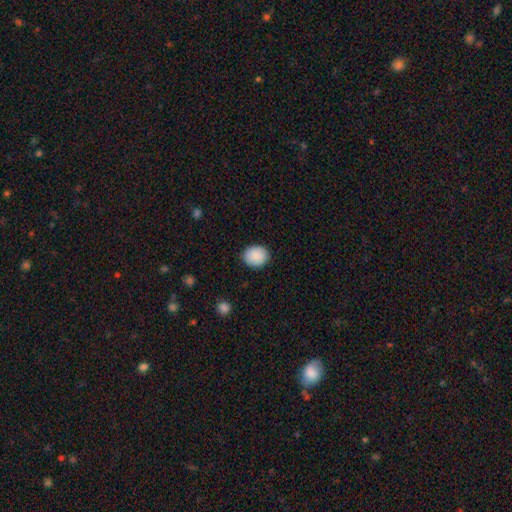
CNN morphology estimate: Overall: smooth (90%). How rounded: round (67%; in between 32%). Merging: none (89%).